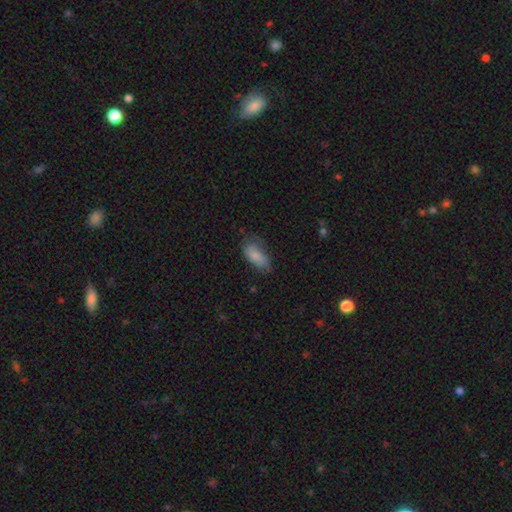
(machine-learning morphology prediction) smooth-or-featured: smooth: 82% | featured or disk: 11% | star or artifact: 7%
  how-rounded: in between: 89% | cigar-shaped: 9% | round: 3%
  merging: none: 57% | minor disturbance: 31% | major disturbance: 11% | merger: 2%